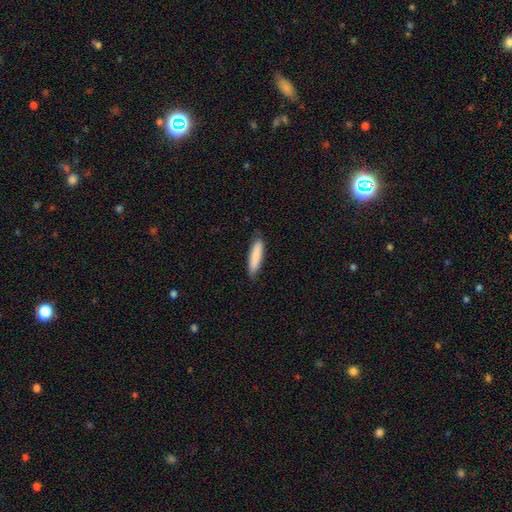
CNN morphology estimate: Smooth or featured? Predicted: smooth (p=0.84). How rounded? Predicted: cigar-shaped (p=0.75). Merging? Predicted: none (p=0.79).